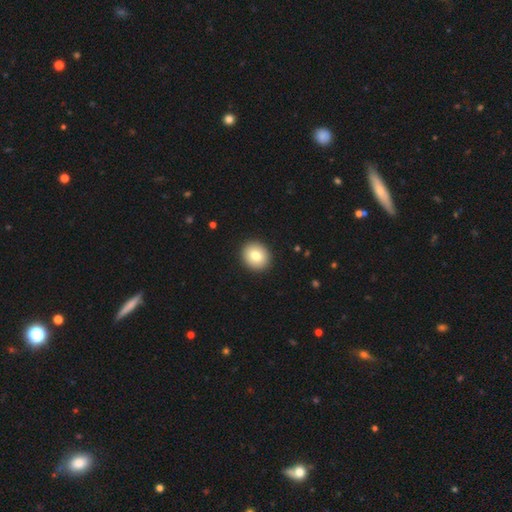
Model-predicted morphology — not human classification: Q: Smooth or featured?
A: smooth (79%); runner-up: featured or disk (13%)
Q: How rounded?
A: round (77%); runner-up: in between (22%)
Q: Merging?
A: none (92%); runner-up: minor disturbance (5%)